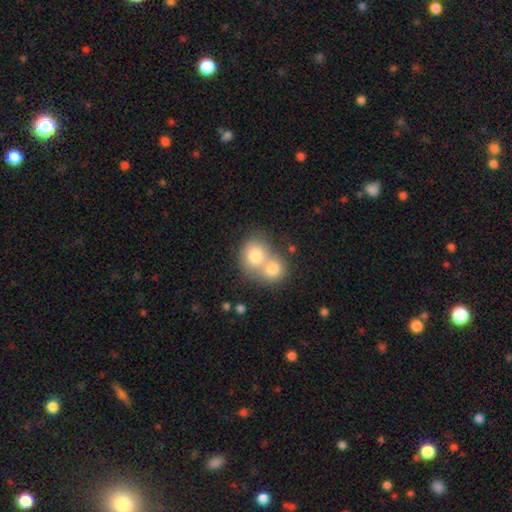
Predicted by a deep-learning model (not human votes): The model was most divided on "how rounded": round: 69%, in between: 30%, cigar-shaped: 1%. More confident: smooth or featured — smooth (76%); merging — merger (66%).